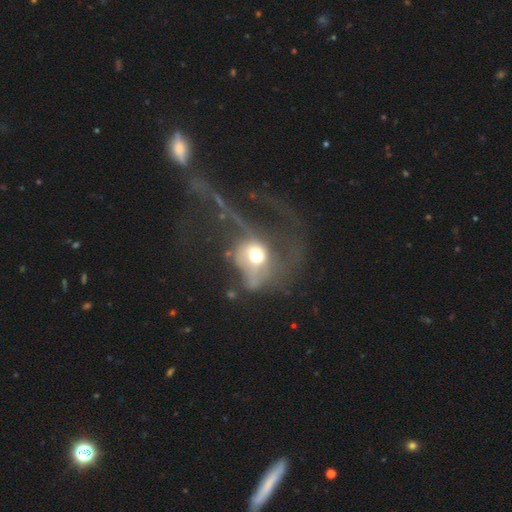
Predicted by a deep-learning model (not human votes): Smooth or featured: smooth — 46% (featured or disk — 41%)
Merging: major disturbance — 62% (none — 17%)